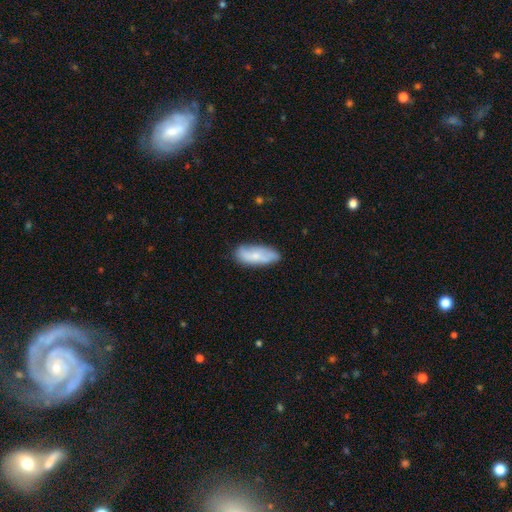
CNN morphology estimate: This appears to be a smooth galaxy with no disk features (67%) that is in between round and cigar-shaped (74%). Merging: none (68%).